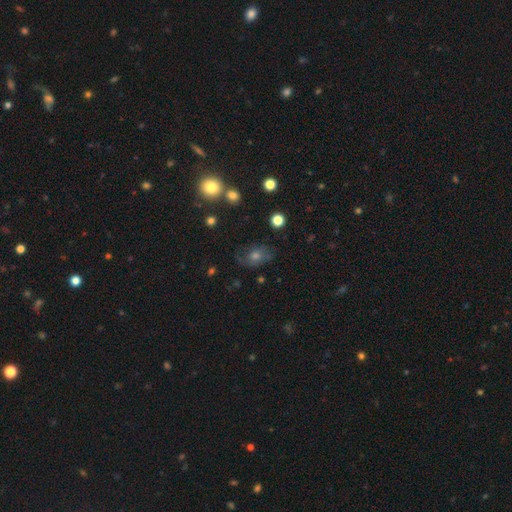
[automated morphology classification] smooth 45%, featured or disk 32%, star or artifact 23%. Down the decision tree: merging — none (67%).